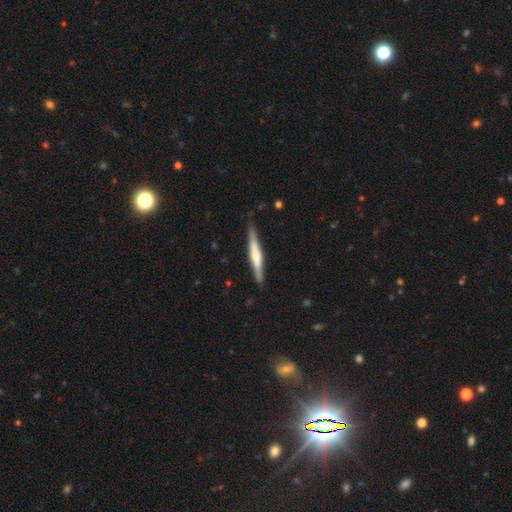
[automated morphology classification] smooth_or_featured: featured or disk (p=0.60) [alt: smooth p=0.35]
disk_edge_on: yes (p=0.97) [alt: no p=0.03]
edge_on_bulge: rounded (p=0.50) [alt: boxy p=0.32]
merging: none (p=0.88) [alt: minor disturbance p=0.09]